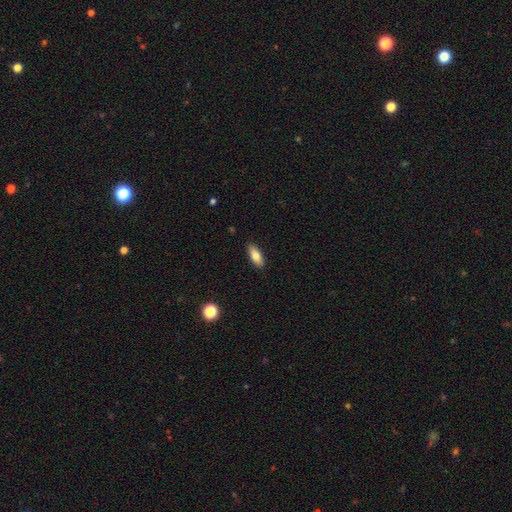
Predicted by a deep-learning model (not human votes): Smooth or featured? smooth (79%)
How rounded? in between (73%)
Merging? none (89%)